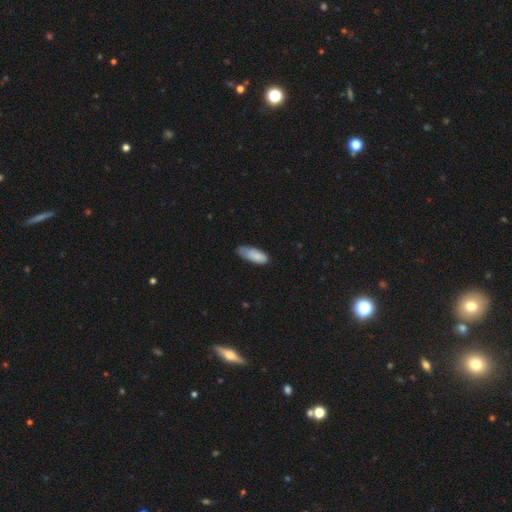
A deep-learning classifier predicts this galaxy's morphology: Smooth or featured?
  - smooth: 81% *
  - featured or disk: 12%
  - star or artifact: 6%
How rounded?
  - in between: 74% *
  - cigar-shaped: 24%
  - round: 2%
Merging?
  - none: 49% *
  - minor disturbance: 39%
  - major disturbance: 9%
  - merger: 2%